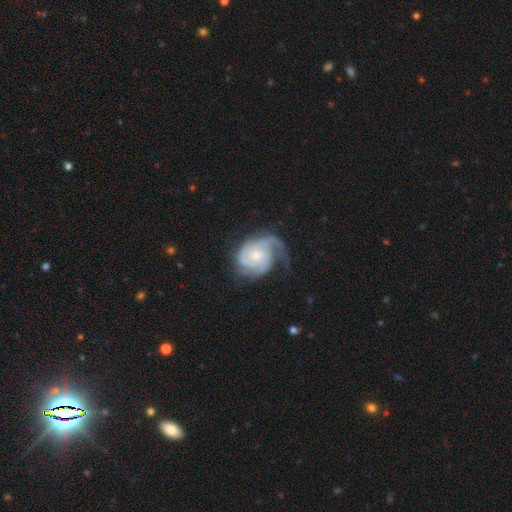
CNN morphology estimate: The model was most divided on "spiral arm count": 3: 32%, 2: 30%, can't tell: 18%, 1: 8%, 4: 7%, more than 4: 5%. More confident: edge-on disk — no (98%); spiral arms — yes (97%); smooth or featured — featured or disk (86%); bar — no (68%); bulge size — small (58%); merging — none (55%); spiral winding — tight (50%).